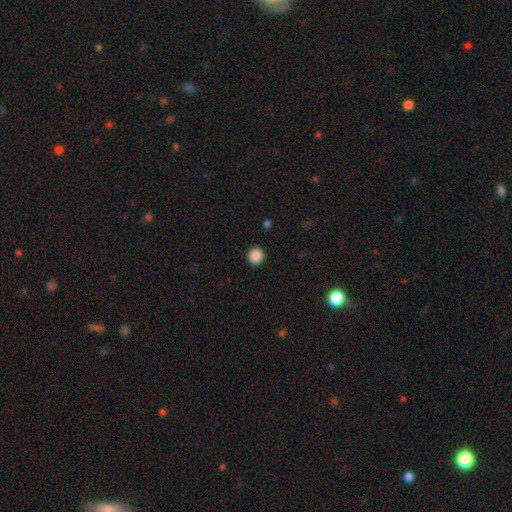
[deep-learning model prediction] This is clearly a smooth galaxy (88%). How rounded: clearly round (93%). Merging: clearly none (92%).